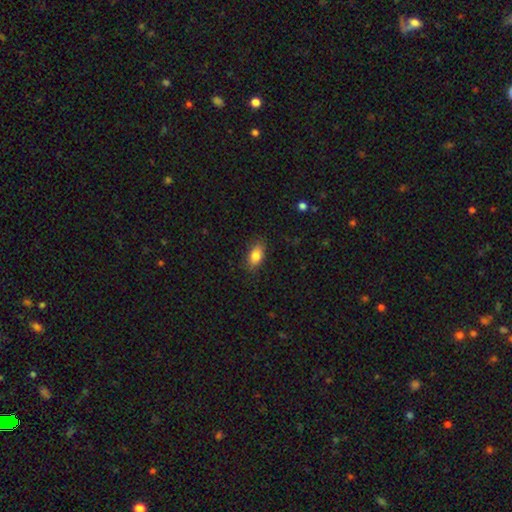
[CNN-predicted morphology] type=smooth (83%); roundness=in between (87%); merging=none (84%).